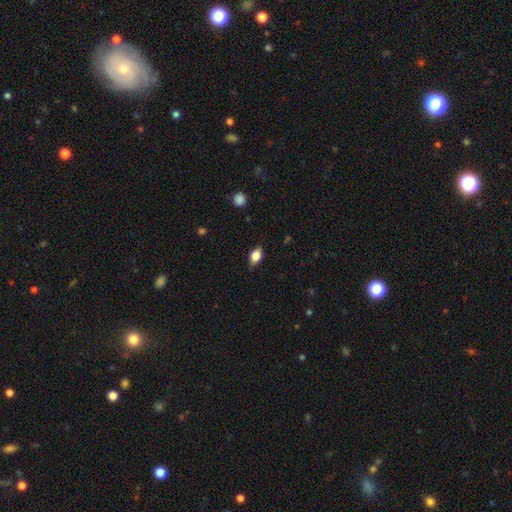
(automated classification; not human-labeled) The model was most divided on "smooth or featured": smooth: 76%, featured or disk: 16%, star or artifact: 8%. More confident: how rounded — in between (82%); merging — none (82%).